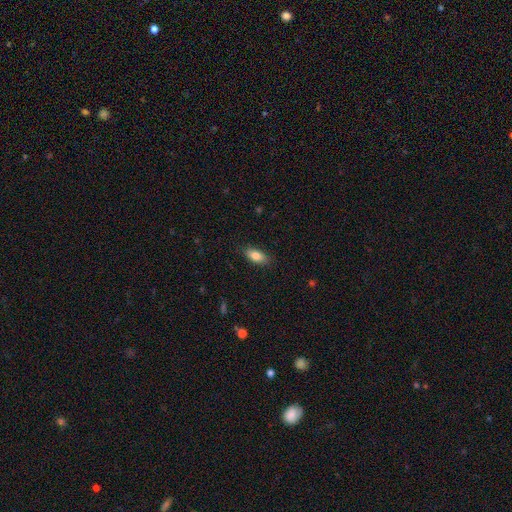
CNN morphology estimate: This is clearly a smooth galaxy (83%). How rounded: clearly in between (86%). Merging: clearly none (86%).